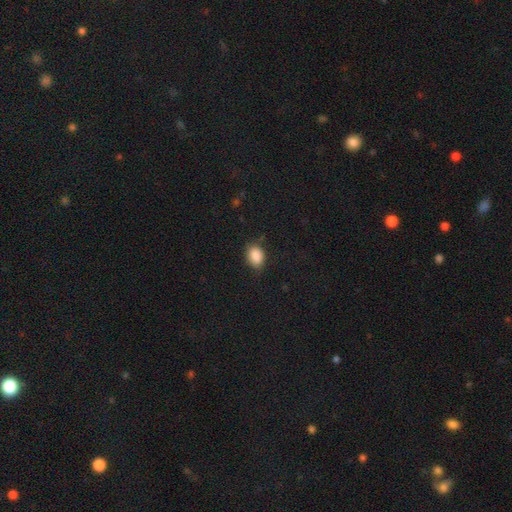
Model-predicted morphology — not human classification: smooth_or_featured: smooth (p=0.88) [alt: star or artifact p=0.08]
how_rounded: in between (p=0.75) [alt: round p=0.24]
merging: none (p=0.76) [alt: minor disturbance p=0.19]